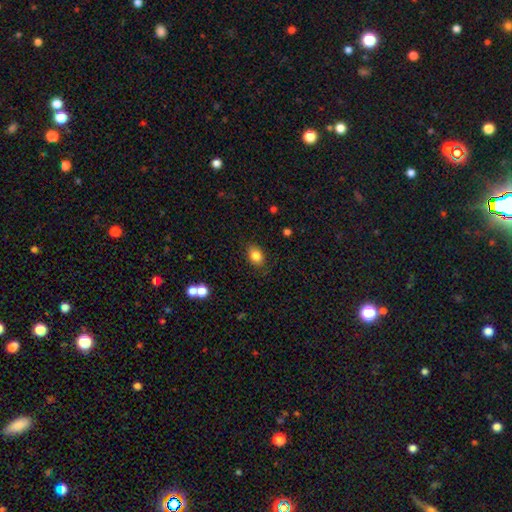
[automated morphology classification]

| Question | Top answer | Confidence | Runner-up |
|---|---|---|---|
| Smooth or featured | smooth | 83% | star or artifact (10%) |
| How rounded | in between | 72% | round (27%) |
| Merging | none | 83% | minor disturbance (12%) |